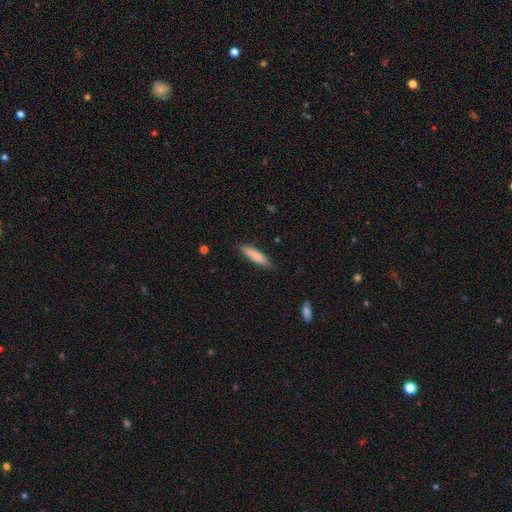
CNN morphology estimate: Smooth or featured? smooth (82%)
How rounded? cigar-shaped (81%)
Merging? none (85%)